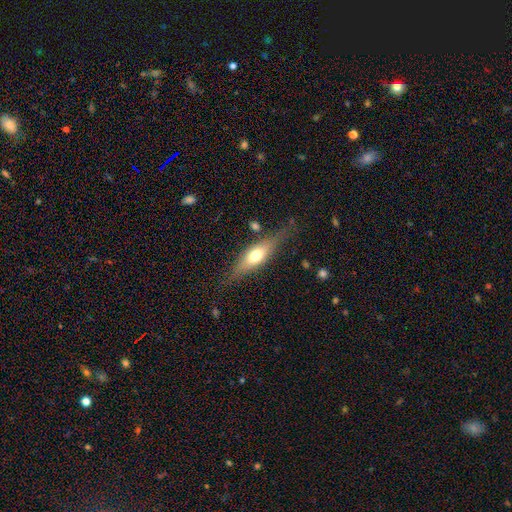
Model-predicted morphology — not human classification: A featured or disk galaxy (48%).

Vote fractions:
- Smooth or featured? featured or disk: 48% / smooth: 46% / star or artifact: 6%
- Merging? none: 75% / minor disturbance: 17% / major disturbance: 5% / merger: 3%